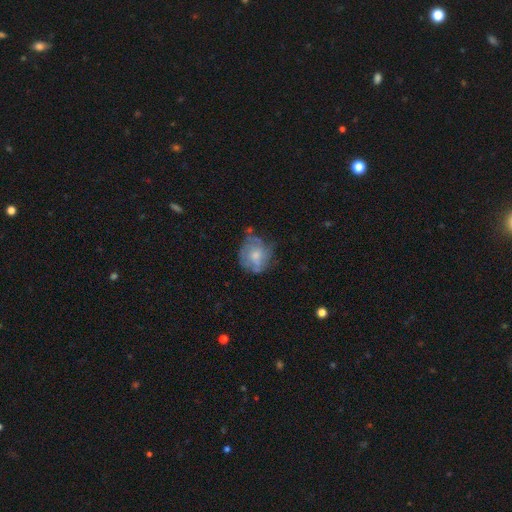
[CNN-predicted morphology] A featured or disk galaxy (49%). Merging: none (50%).